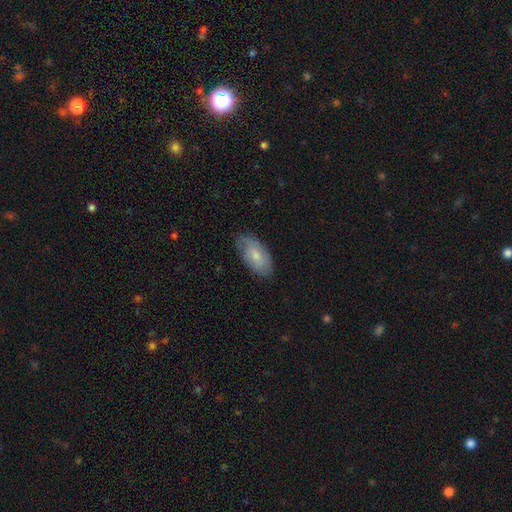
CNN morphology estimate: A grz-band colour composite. It shows a smooth galaxy with no disk features (65%) that is in between round and cigar-shaped (92%). Merging: none (73%).